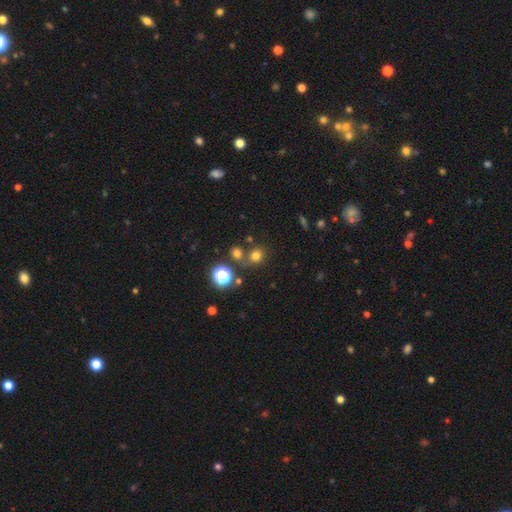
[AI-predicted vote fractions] The model was most divided on "merging": none: 68%, merger: 19%, minor disturbance: 10%, major disturbance: 4%. More confident: how rounded — round (81%); smooth or featured — smooth (71%).